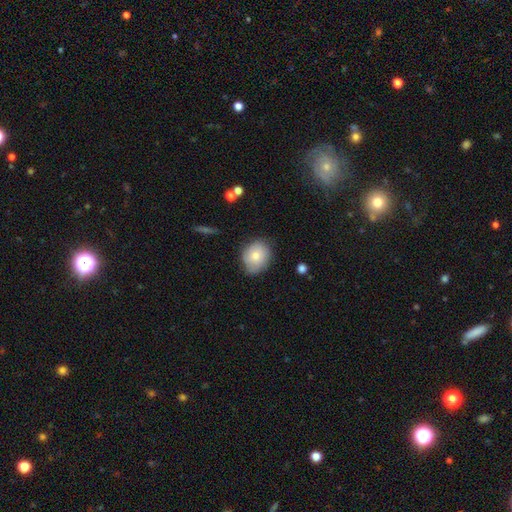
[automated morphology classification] Smooth or featured: smooth — 75% (featured or disk — 17%)
How rounded: round — 55% (in between — 44%)
Merging: none — 72% (minor disturbance — 22%)